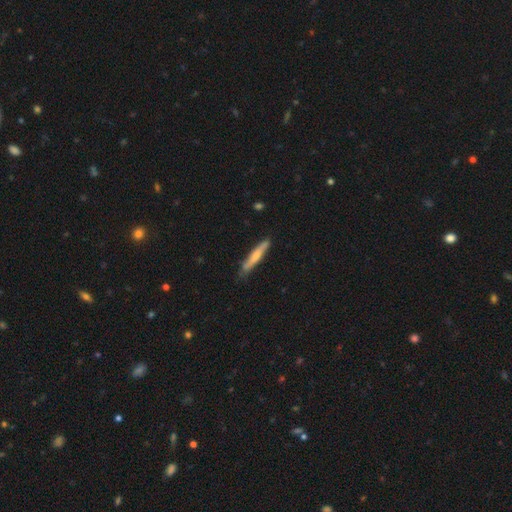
Volunteers were most divided on "smooth or featured": smooth: 64%, featured or disk: 36%, star or artifact: 0%. More confident: how rounded — cigar-shaped (91%); merging — none (86%).